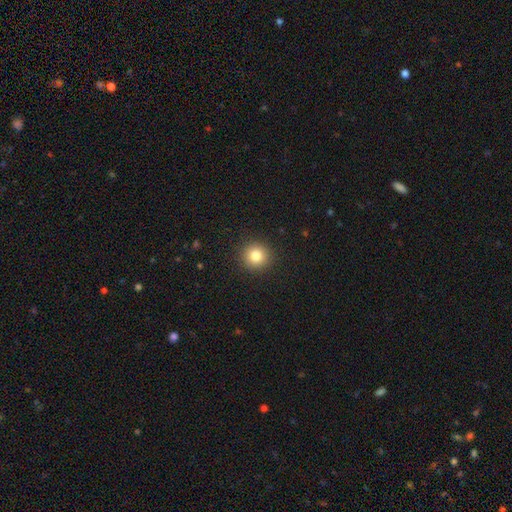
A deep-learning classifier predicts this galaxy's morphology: A smooth galaxy with no disk features (82%) that is round (94%). Merging: none (92%).